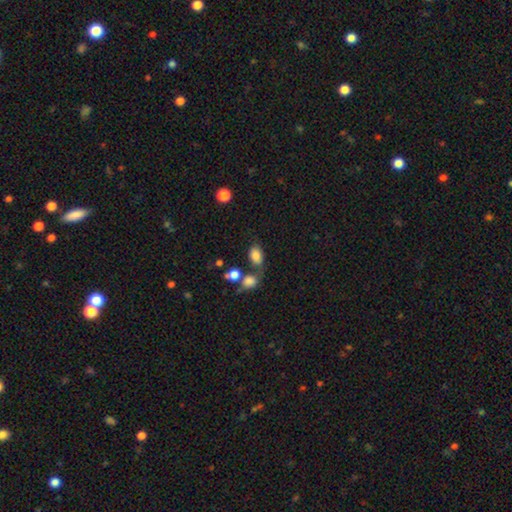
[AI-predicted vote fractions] Q: Smooth or featured?
A: smooth (82%); runner-up: star or artifact (10%)
Q: How rounded?
A: in between (83%); runner-up: round (15%)
Q: Merging?
A: none (45%); runner-up: merger (26%)